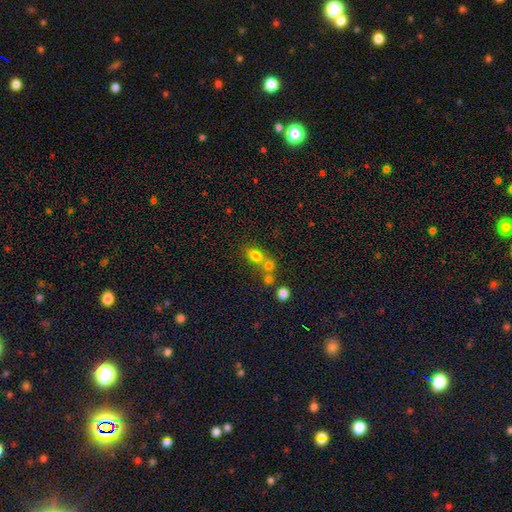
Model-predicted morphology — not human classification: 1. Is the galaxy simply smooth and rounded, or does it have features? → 74% smooth, 15% star or artifact, 11% featured or disk.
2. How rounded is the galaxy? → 53% in between, 44% round, 2% cigar-shaped.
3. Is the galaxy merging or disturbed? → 46% none, 40% merger, 9% minor disturbance, 4% major disturbance.